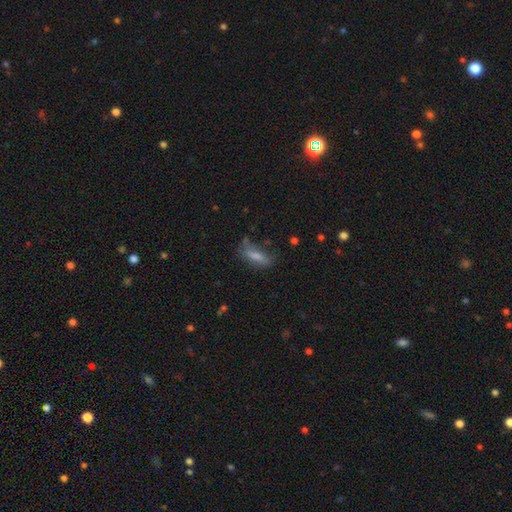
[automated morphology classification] Smooth or featured?
  - smooth: 67% *
  - featured or disk: 23%
  - star or artifact: 10%
How rounded?
  - in between: 51% *
  - cigar-shaped: 47%
  - round: 3%
Merging?
  - none: 57% *
  - minor disturbance: 27%
  - major disturbance: 12%
  - merger: 4%